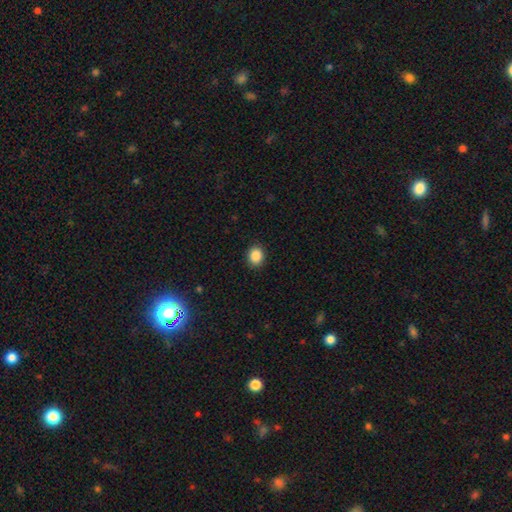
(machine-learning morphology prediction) Smooth or featured? smooth (88%)
How rounded? round (64%)
Merging? none (91%)